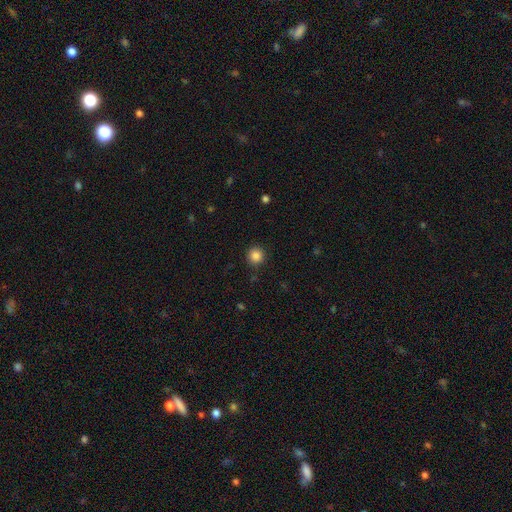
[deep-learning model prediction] A smooth galaxy with no disk features (86%) that is round (94%). Merging: none (91%).